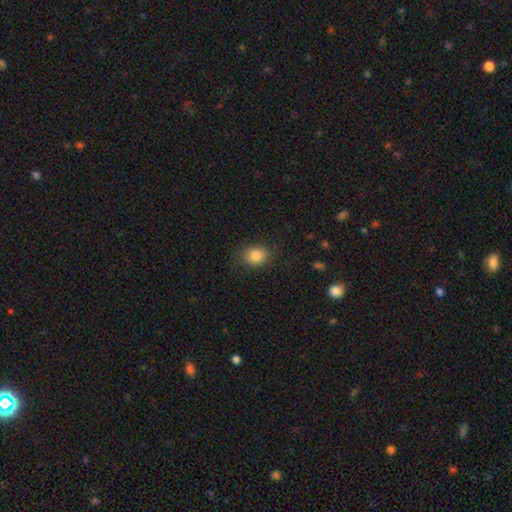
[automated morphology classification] Smooth or featured? Predicted: smooth (p=0.84). How rounded? Predicted: in between (p=0.52). Merging? Predicted: none (p=0.78).